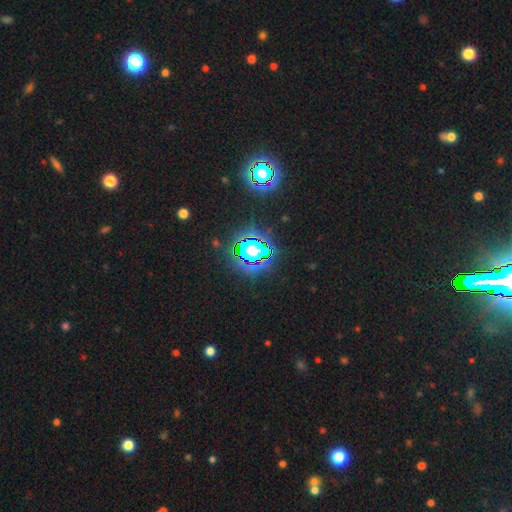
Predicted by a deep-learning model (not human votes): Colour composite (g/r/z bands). It shows a star or artifact, not a galaxy (82%).